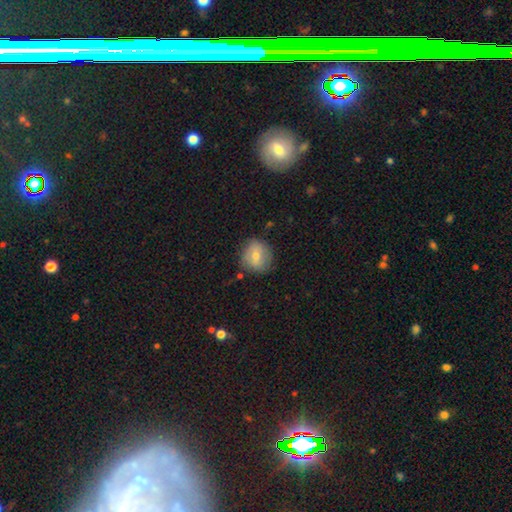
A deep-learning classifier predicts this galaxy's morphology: Smooth or featured?
  - smooth: 67% *
  - featured or disk: 25%
  - star or artifact: 8%
How rounded?
  - round: 84% *
  - in between: 15%
  - cigar-shaped: 1%
Merging?
  - none: 74% *
  - minor disturbance: 19%
  - major disturbance: 5%
  - merger: 2%